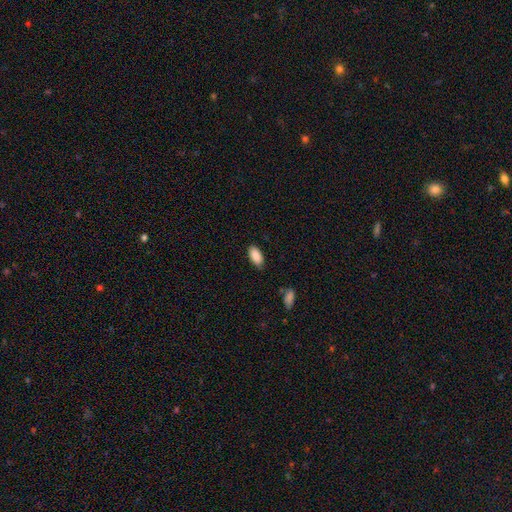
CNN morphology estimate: Smooth or featured: smooth — 89% (star or artifact — 7%)
How rounded: in between — 92% (cigar-shaped — 6%)
Merging: none — 79% (minor disturbance — 16%)